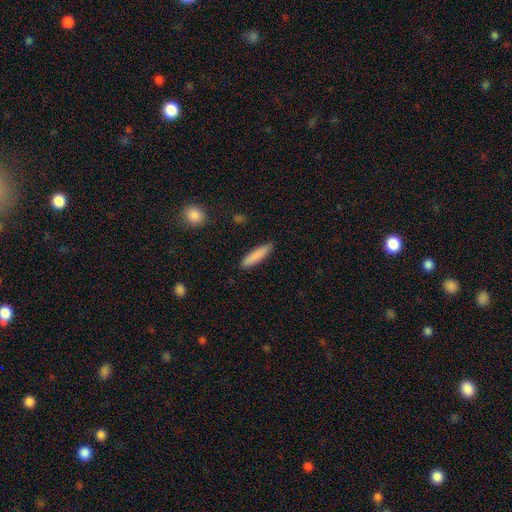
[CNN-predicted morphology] This is clearly a smooth galaxy (85%). How rounded: clearly cigar-shaped (81%). Merging: clearly none (87%).